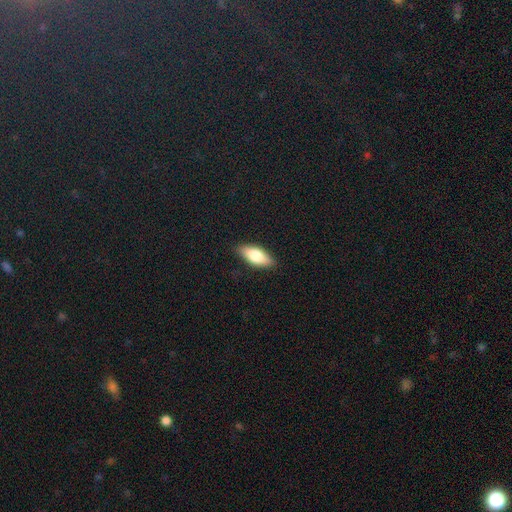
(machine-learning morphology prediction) Smooth or featured: smooth — 74% (featured or disk — 20%)
How rounded: in between — 79% (cigar-shaped — 18%)
Merging: none — 87% (minor disturbance — 10%)